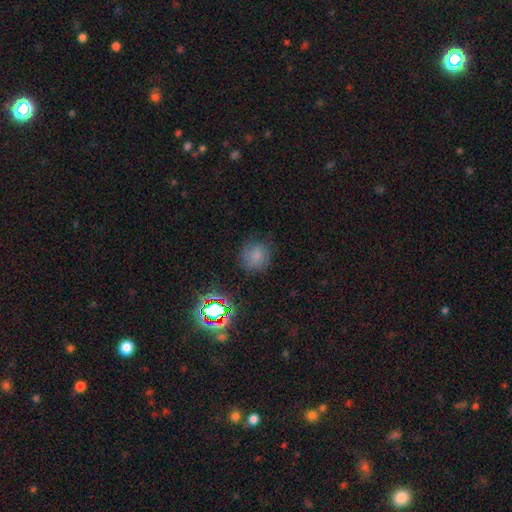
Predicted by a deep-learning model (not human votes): The model was most divided on "smooth or featured": smooth: 67%, star or artifact: 19%, featured or disk: 15%. More confident: how rounded — round (83%); merging — none (71%).